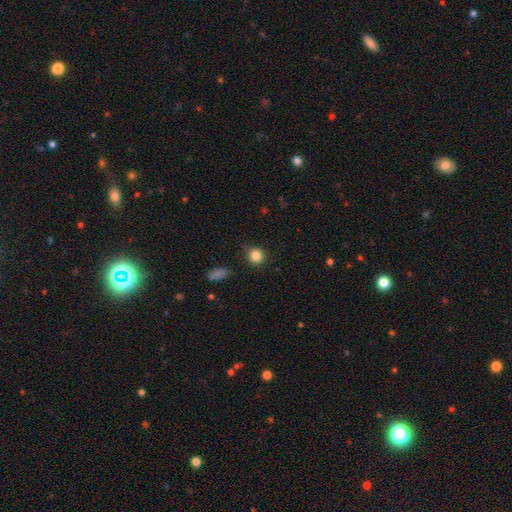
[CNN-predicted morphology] Smooth or featured? Predicted: smooth (p=0.84). How rounded? Predicted: round (p=0.89). Merging? Predicted: none (p=0.81).